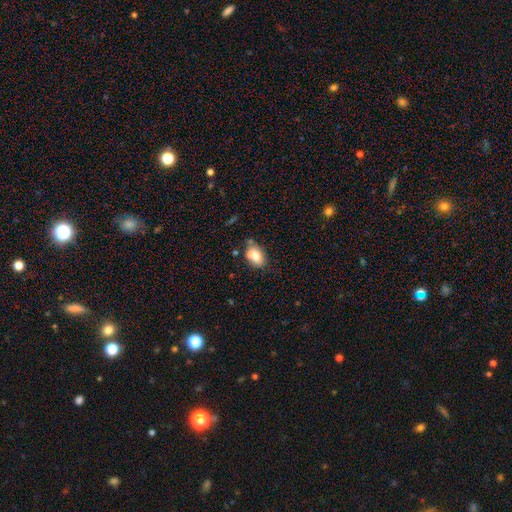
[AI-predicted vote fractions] Overall: smooth (72%). How rounded: in between (74%). Merging: none (50%; merger 28%).